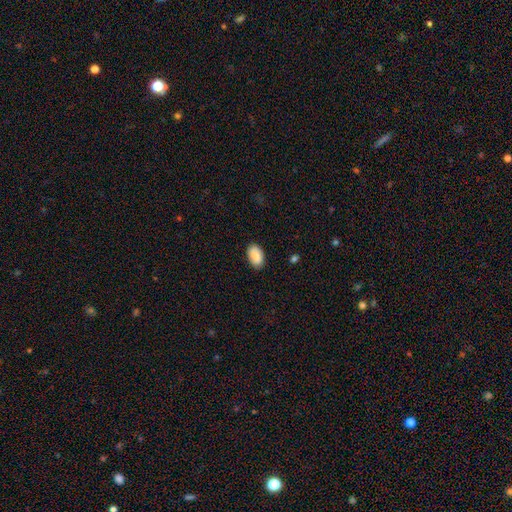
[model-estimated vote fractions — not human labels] This appears to be a smooth galaxy with no disk features (81%) that is in between round and cigar-shaped (93%). Merging: none (86%).